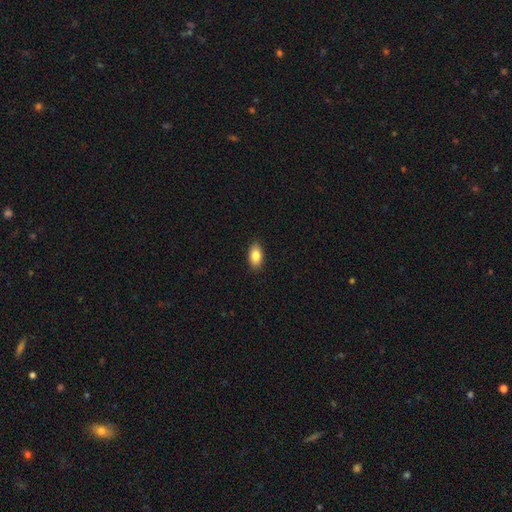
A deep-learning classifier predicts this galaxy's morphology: This appears to be a smooth galaxy with no disk features (85%) that is in between round and cigar-shaped (91%). Merging: none (88%).